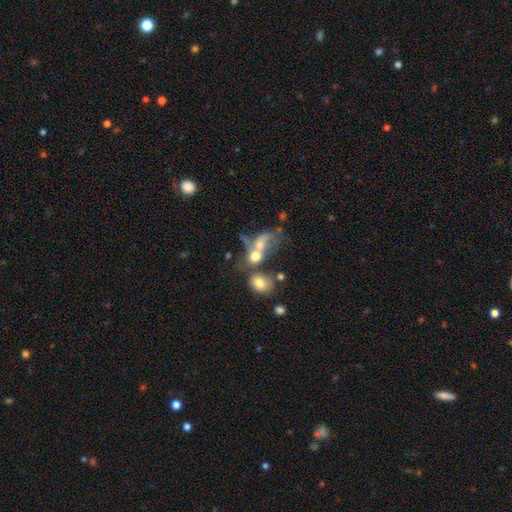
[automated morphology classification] This is possibly a smooth galaxy (55%). How rounded: likely in between (63%). Merging: likely merger (64%).